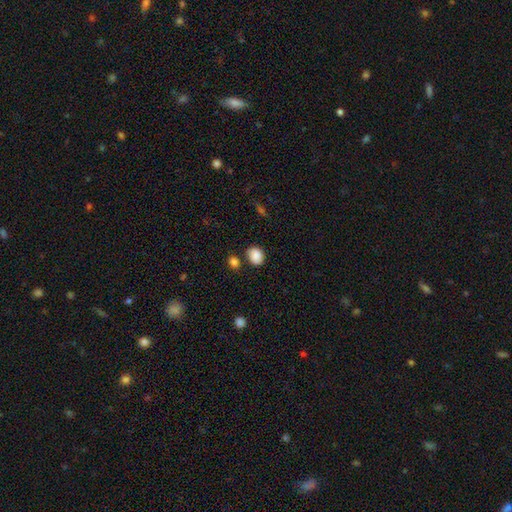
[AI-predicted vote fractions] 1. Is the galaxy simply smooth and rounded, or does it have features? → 87% smooth, 9% star or artifact, 5% featured or disk.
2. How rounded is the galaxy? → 58% round, 41% in between, 1% cigar-shaped.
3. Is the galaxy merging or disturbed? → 74% none, 15% minor disturbance, 7% merger, 4% major disturbance.